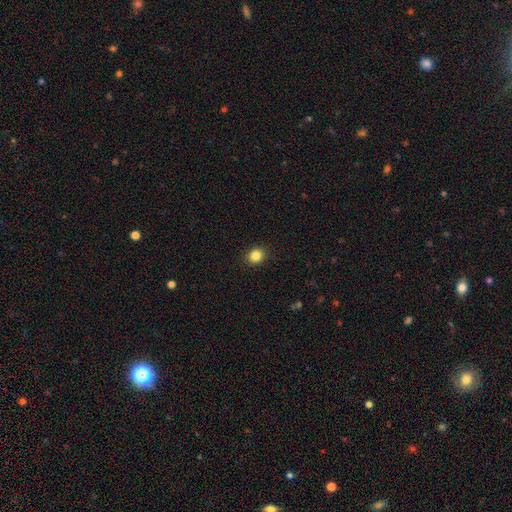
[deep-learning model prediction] The model was most divided on "how rounded": round: 77%, in between: 22%, cigar-shaped: 1%. More confident: merging — none (92%); smooth or featured — smooth (85%).